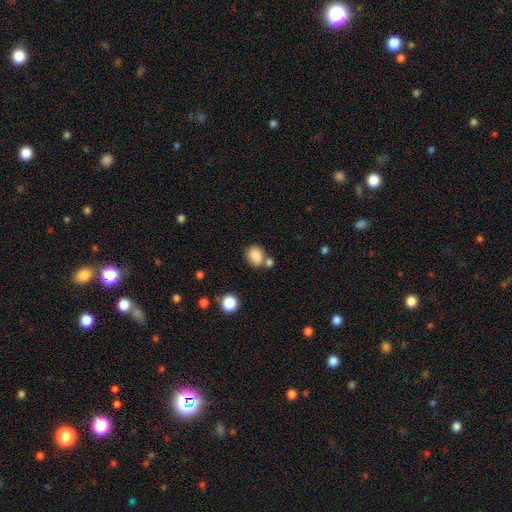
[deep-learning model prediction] Overall: smooth (85%). How rounded: round (55%; in between 44%). Merging: none (60%; merger 21%).